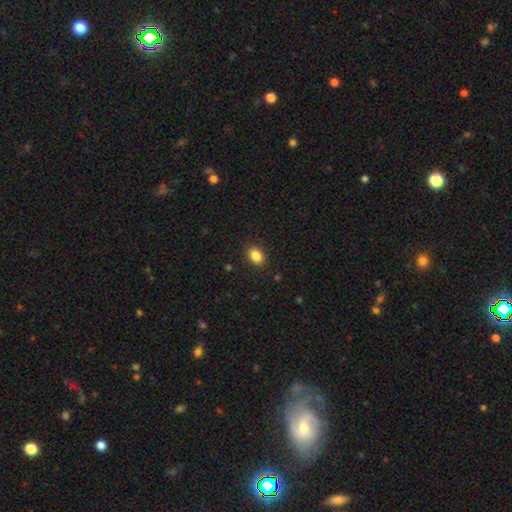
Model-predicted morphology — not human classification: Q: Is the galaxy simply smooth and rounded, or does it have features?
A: smooth — 86%.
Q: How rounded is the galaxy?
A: in between — 75%.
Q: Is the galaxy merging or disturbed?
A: none — 88%.